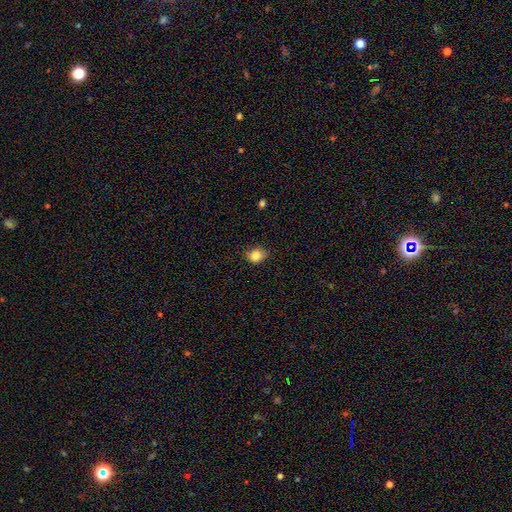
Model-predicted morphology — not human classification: type=smooth (84%); roundness=round (61%); merging=none (78%).